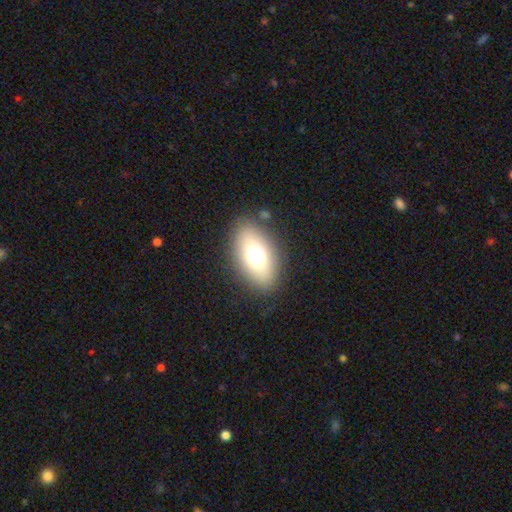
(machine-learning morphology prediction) This appears to be a smooth galaxy with no disk features (67%) that is in between round and cigar-shaped (82%). Merging: none (85%).